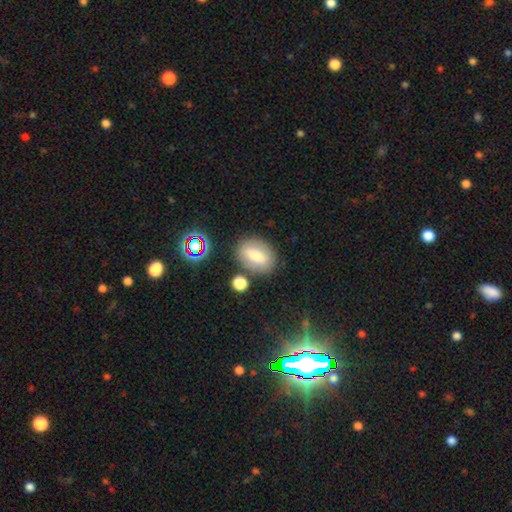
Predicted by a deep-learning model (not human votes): This is likely a smooth galaxy (69%). How rounded: likely in between (77%). Merging: likely none (78%).